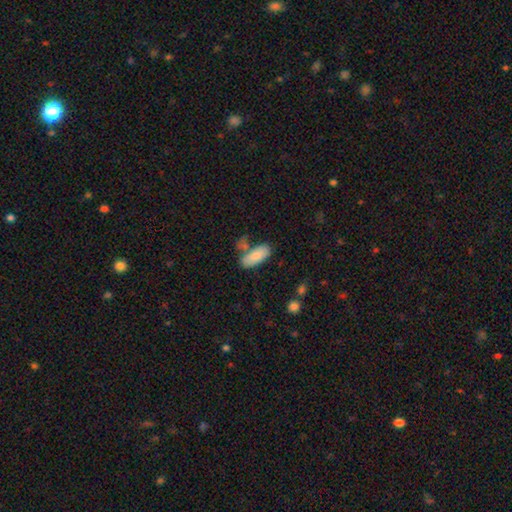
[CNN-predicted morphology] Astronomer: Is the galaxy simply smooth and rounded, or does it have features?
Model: smooth — 83%.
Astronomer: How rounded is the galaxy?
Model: in between — 86%.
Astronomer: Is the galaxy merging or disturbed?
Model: none — 56%.